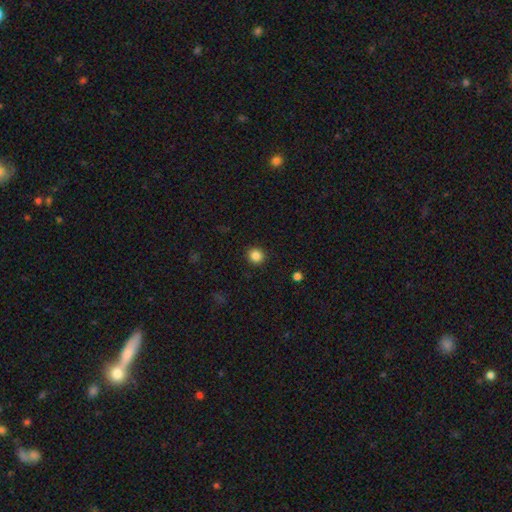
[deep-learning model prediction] Smooth or featured? Predicted: smooth (p=0.86). How rounded? Predicted: round (p=0.91). Merging? Predicted: none (p=0.92).